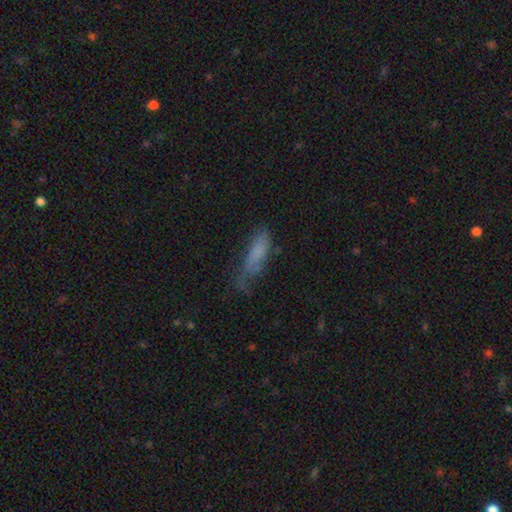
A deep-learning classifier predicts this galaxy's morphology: type=smooth (68%); roundness=in between (51%); merging=none (38%).